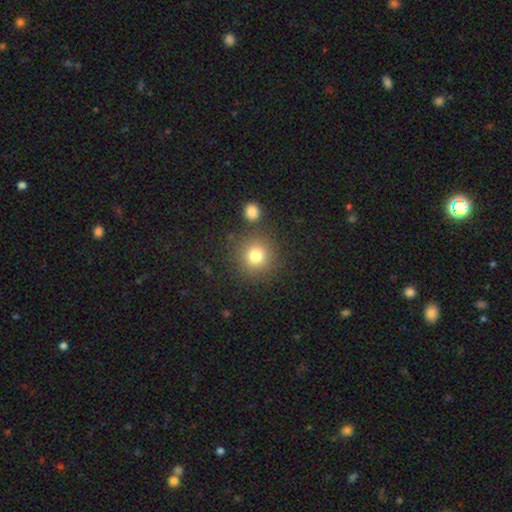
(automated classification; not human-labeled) Q: Smooth or featured?
A: smooth (80%); runner-up: star or artifact (13%)
Q: How rounded?
A: round (93%); runner-up: in between (6%)
Q: Merging?
A: none (83%); runner-up: minor disturbance (8%)